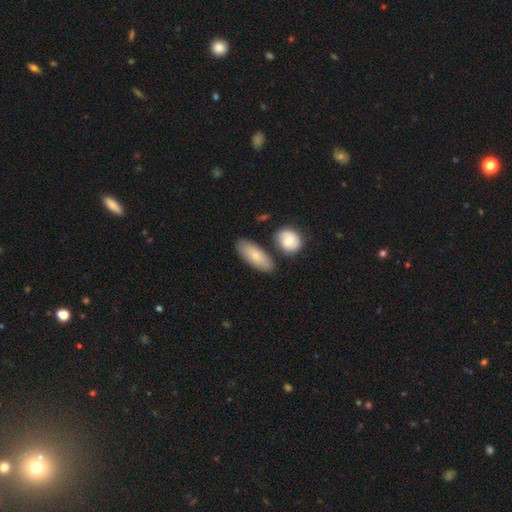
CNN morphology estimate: smooth-or-featured: smooth: 79% | featured or disk: 16% | star or artifact: 5%
  how-rounded: in between: 78% | cigar-shaped: 19% | round: 3%
  merging: none: 74% | minor disturbance: 13% | merger: 11% | major disturbance: 3%